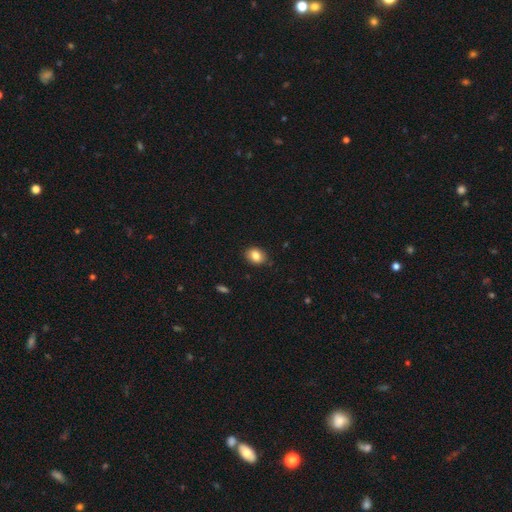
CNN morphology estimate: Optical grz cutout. It shows a smooth galaxy with no disk features (84%) that is in between round and cigar-shaped (62%). Merging: none (86%).